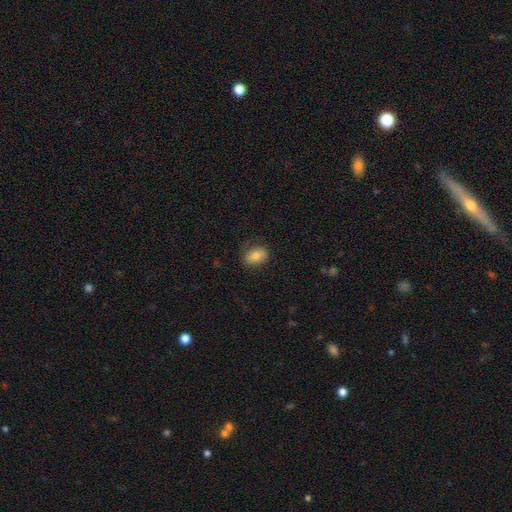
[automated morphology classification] The model was most divided on "how rounded": in between: 75%, round: 23%, cigar-shaped: 1%. More confident: smooth or featured — smooth (80%); merging — none (73%).